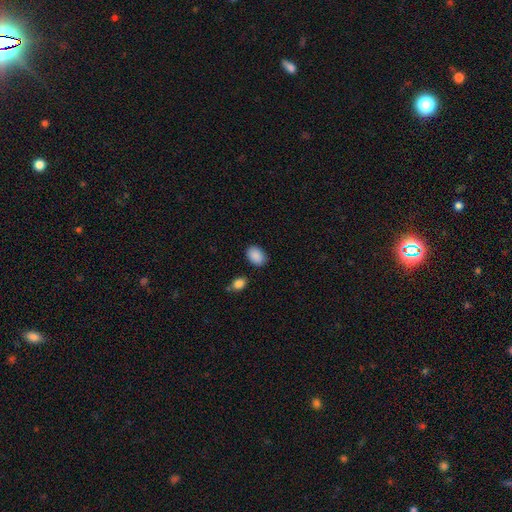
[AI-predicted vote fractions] The model was most divided on "how rounded": in between: 80%, round: 19%, cigar-shaped: 1%. More confident: smooth or featured — smooth (89%); merging — none (83%).